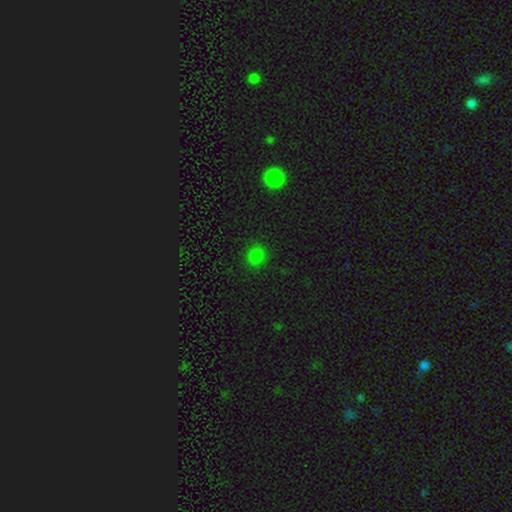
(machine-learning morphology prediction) Q: Smooth or featured?
A: smooth (80%); runner-up: star or artifact (17%)
Q: How rounded?
A: round (89%); runner-up: in between (10%)
Q: Merging?
A: none (90%); runner-up: minor disturbance (6%)